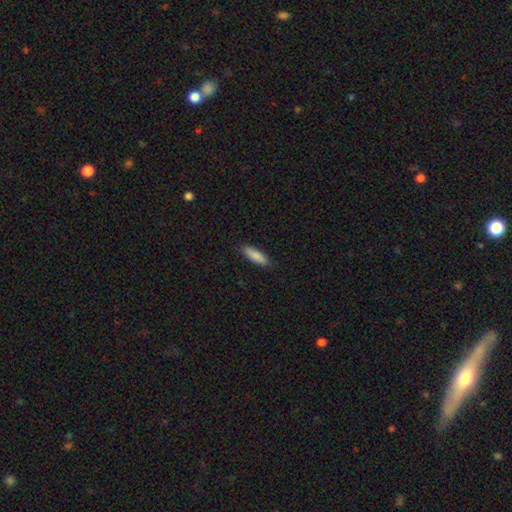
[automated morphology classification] The model was most divided on "how rounded" (2-way tie): cigar-shaped: 49%, in between: 49%, round: 2%. More confident: merging — none (88%); smooth or featured — smooth (86%).